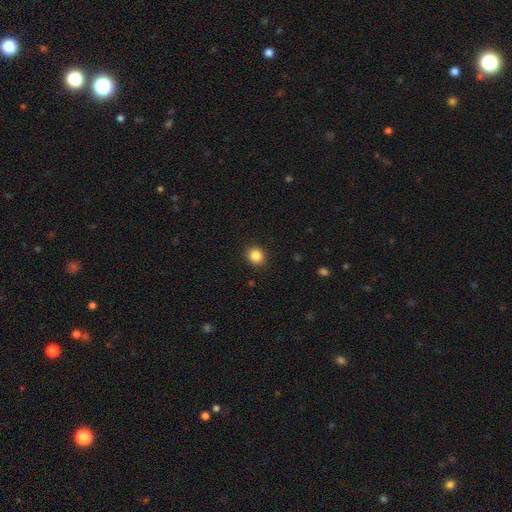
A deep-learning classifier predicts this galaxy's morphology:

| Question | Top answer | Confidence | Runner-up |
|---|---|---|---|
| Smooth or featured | smooth | 86% | star or artifact (10%) |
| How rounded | round | 78% | in between (22%) |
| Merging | none | 91% | minor disturbance (6%) |